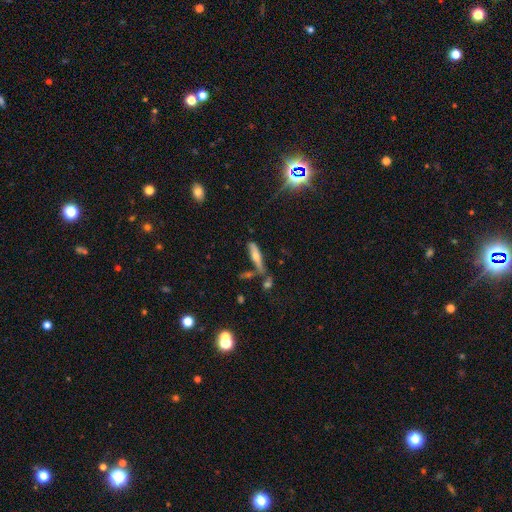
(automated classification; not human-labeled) Overall: featured or disk (46%; smooth 39%). Merging: none (57%; merger 18%).